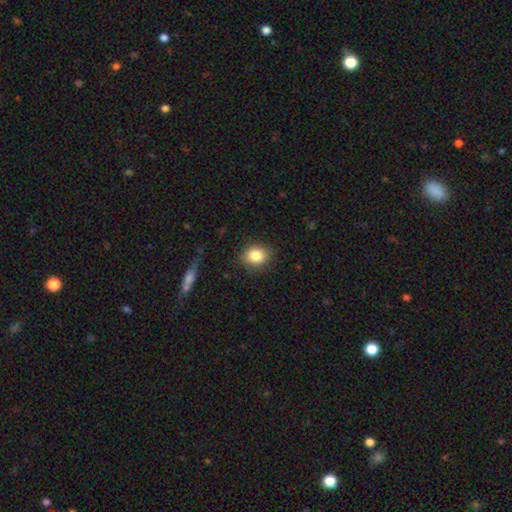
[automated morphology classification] This appears to be a smooth galaxy with no disk features (84%) that is round (60%). Merging: none (84%).